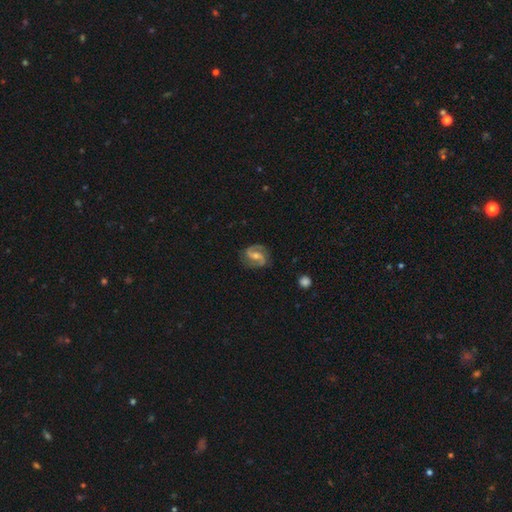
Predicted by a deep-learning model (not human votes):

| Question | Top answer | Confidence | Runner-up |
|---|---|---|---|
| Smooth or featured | featured or disk | 84% | smooth (10%) |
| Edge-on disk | no | 97% | yes (3%) |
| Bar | weak | 47% | strong (34%) |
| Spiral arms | yes | 96% | no (4%) |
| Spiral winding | medium | 53% | loose (25%) |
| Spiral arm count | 2 | 92% | can't tell (3%) |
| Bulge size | moderate | 47% | small (42%) |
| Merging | none | 84% | minor disturbance (11%) |